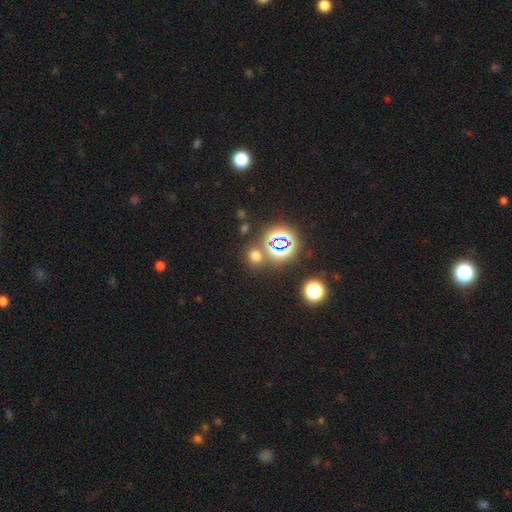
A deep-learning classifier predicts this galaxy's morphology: Smooth or featured? Predicted: smooth (p=0.57). How rounded? Predicted: round (p=0.75). Merging? Predicted: none (p=0.79).